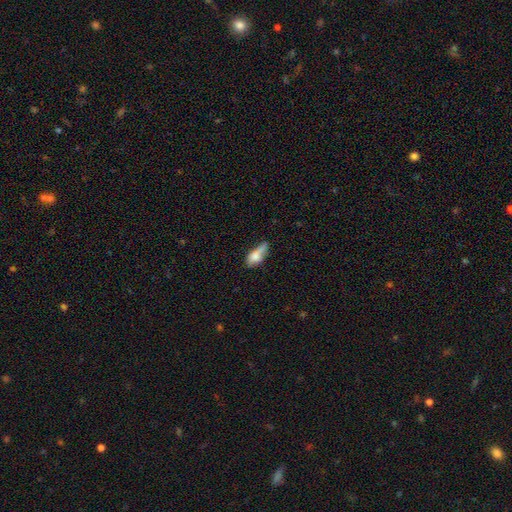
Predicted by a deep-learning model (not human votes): Q: Smooth or featured?
A: smooth (71%); runner-up: featured or disk (21%)
Q: How rounded?
A: in between (74%); runner-up: cigar-shaped (20%)
Q: Merging?
A: minor disturbance (35%); runner-up: none (31%)